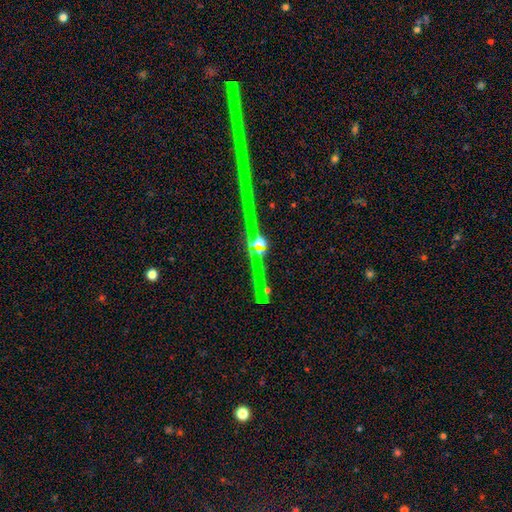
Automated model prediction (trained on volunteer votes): smooth_or_featured: star or artifact (p=0.53) [alt: featured or disk p=0.39]